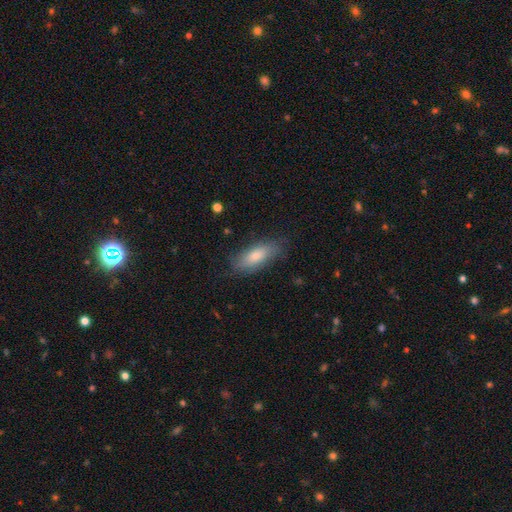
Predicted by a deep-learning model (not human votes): Smooth or featured?
  - smooth: 66% *
  - featured or disk: 26%
  - star or artifact: 8%
How rounded?
  - in between: 67% *
  - cigar-shaped: 30%
  - round: 3%
Merging?
  - none: 77% *
  - minor disturbance: 17%
  - major disturbance: 4%
  - merger: 1%